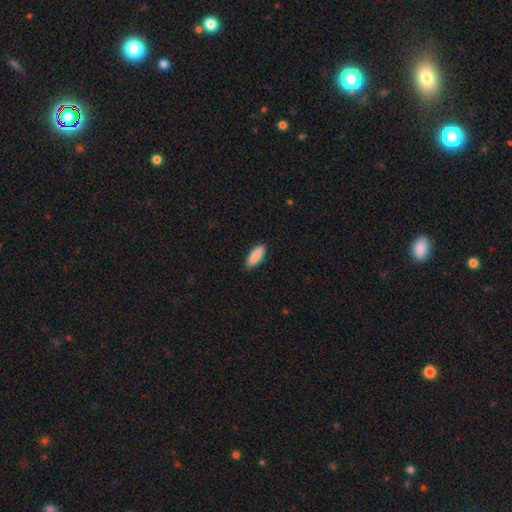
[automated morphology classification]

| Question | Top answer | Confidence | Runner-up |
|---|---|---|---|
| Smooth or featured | smooth | 90% | star or artifact (6%) |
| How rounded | in between | 68% | cigar-shaped (31%) |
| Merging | none | 86% | minor disturbance (11%) |